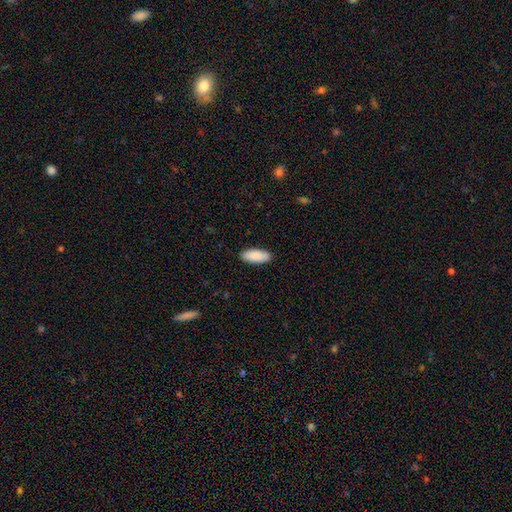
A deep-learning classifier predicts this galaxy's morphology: smooth_or_featured: smooth (p=0.90) [alt: star or artifact p=0.05]
how_rounded: in between (p=0.82) [alt: cigar-shaped p=0.16]
merging: none (p=0.90) [alt: minor disturbance p=0.07]